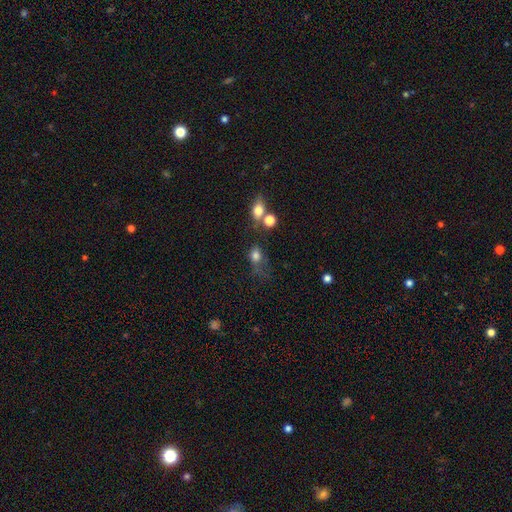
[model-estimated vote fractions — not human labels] Smooth or featured: smooth — 76% (star or artifact — 14%)
How rounded: in between — 50% (round — 48%)
Merging: none — 37% (major disturbance — 24%)